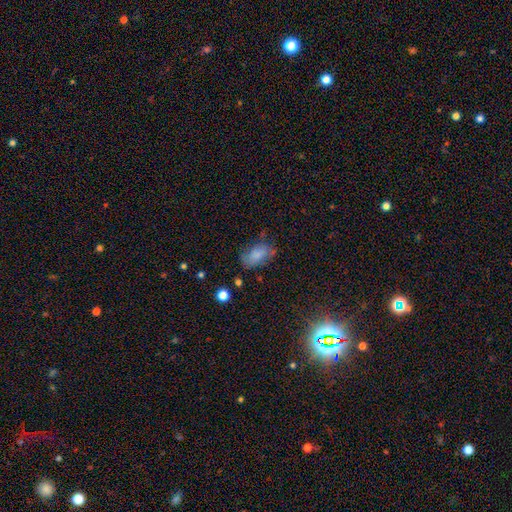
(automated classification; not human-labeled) Smooth or featured?
  - smooth: 77% *
  - featured or disk: 14%
  - star or artifact: 9%
How rounded?
  - in between: 91% *
  - round: 5%
  - cigar-shaped: 4%
Merging?
  - none: 58% *
  - minor disturbance: 28%
  - major disturbance: 10%
  - merger: 4%